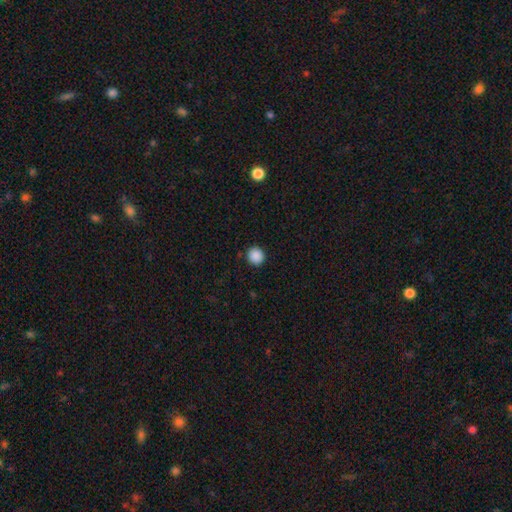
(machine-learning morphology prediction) A smooth galaxy with no disk features (89%) that is round (94%).

Vote fractions:
- Smooth or featured? smooth: 89% / star or artifact: 9% / featured or disk: 2%
- How rounded? round: 94% / in between: 5% / cigar-shaped: 1%
- Merging? none: 92% / minor disturbance: 5% / major disturbance: 2% / merger: 1%